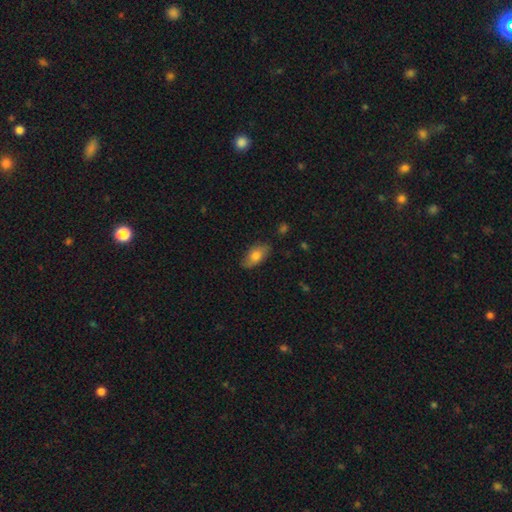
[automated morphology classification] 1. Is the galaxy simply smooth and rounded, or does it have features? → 76% smooth, 17% featured or disk, 7% star or artifact.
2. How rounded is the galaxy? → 89% in between, 7% cigar-shaped, 4% round.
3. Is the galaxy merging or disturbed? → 80% none, 16% minor disturbance, 3% major disturbance, 1% merger.